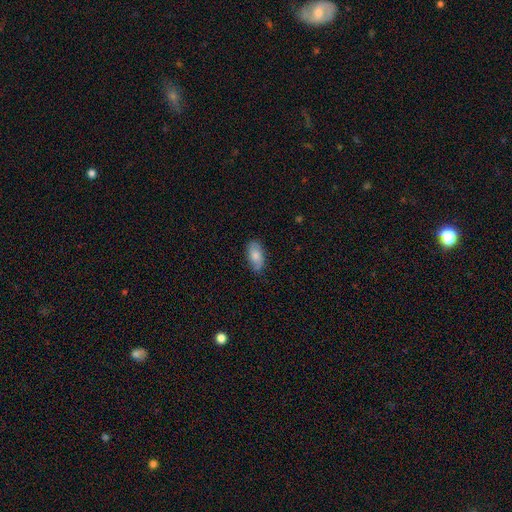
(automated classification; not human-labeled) Smooth or featured?
  - smooth: 75% *
  - featured or disk: 19%
  - star or artifact: 7%
How rounded?
  - in between: 92% *
  - cigar-shaped: 5%
  - round: 3%
Merging?
  - none: 79% *
  - minor disturbance: 17%
  - major disturbance: 3%
  - merger: 1%